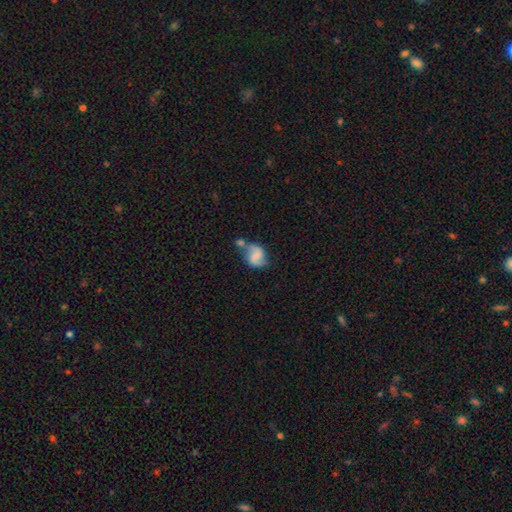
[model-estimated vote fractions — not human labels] Morphology: type=featured or disk (52%); edge-on=no (97%); bar=weak (41%); spiral arms=yes (85%); bulge=none (50%); merging=none (38%).